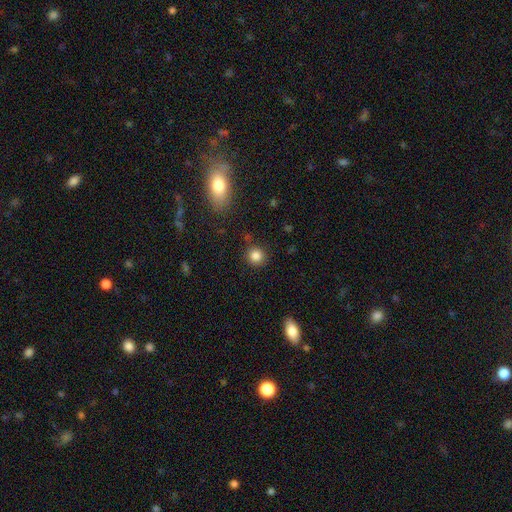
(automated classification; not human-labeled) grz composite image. It shows a smooth galaxy with no disk features (84%) that is round (91%). Merging: none (86%).